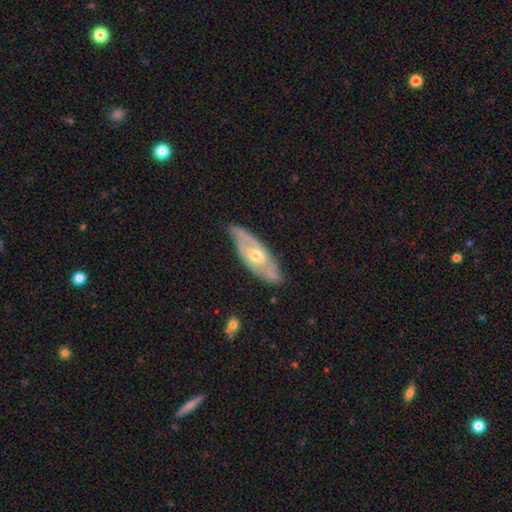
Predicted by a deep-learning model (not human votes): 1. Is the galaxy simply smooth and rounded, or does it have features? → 74% featured or disk, 19% smooth, 6% star or artifact.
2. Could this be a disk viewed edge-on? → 78% no, 22% yes.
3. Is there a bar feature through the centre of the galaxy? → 56% no, 34% weak, 10% strong.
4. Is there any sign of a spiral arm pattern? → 74% yes, 26% no.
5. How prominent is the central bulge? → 71% moderate, 21% small, 6% large, 1% none, 1% dominant.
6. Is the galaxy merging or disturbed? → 76% none, 19% minor disturbance, 4% major disturbance, 2% merger.